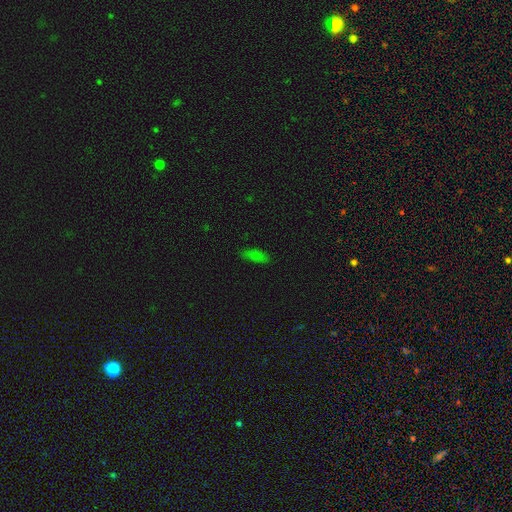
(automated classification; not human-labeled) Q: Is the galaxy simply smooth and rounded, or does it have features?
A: smooth — 78%.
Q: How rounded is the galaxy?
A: in between — 70%.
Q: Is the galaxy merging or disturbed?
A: none — 81%.